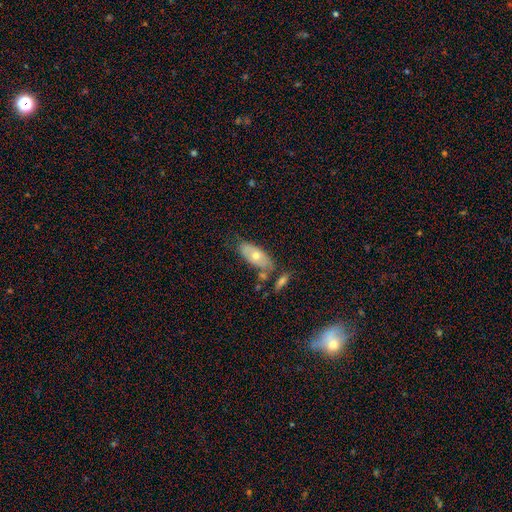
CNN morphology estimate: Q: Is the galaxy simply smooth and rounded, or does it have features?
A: smooth — 55%.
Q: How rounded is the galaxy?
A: in between — 85%.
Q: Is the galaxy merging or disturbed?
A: none — 61%.